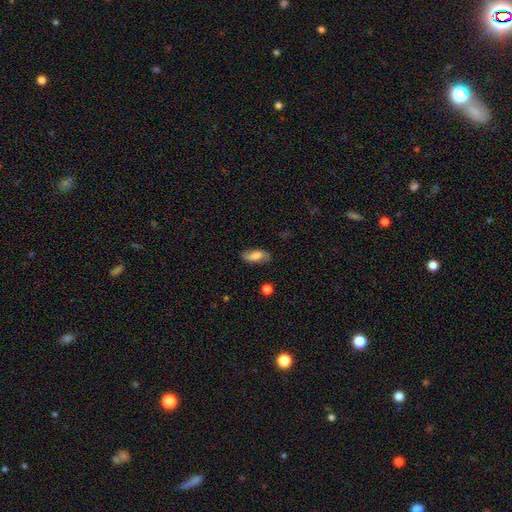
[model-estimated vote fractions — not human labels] Q: Smooth or featured?
A: smooth (64%); runner-up: featured or disk (28%)
Q: How rounded?
A: in between (83%); runner-up: cigar-shaped (13%)
Q: Merging?
A: none (79%); runner-up: minor disturbance (16%)